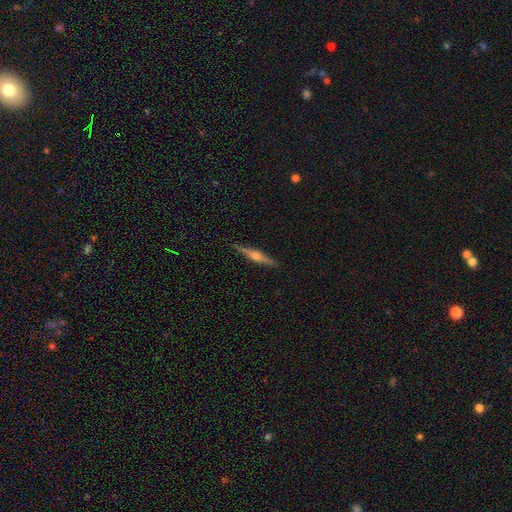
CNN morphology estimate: smooth_or_featured: featured or disk (p=0.75) [alt: smooth p=0.19]
disk_edge_on: yes (p=0.98) [alt: no p=0.02]
edge_on_bulge: rounded (p=0.88) [alt: boxy p=0.07]
merging: none (p=0.91) [alt: minor disturbance p=0.06]